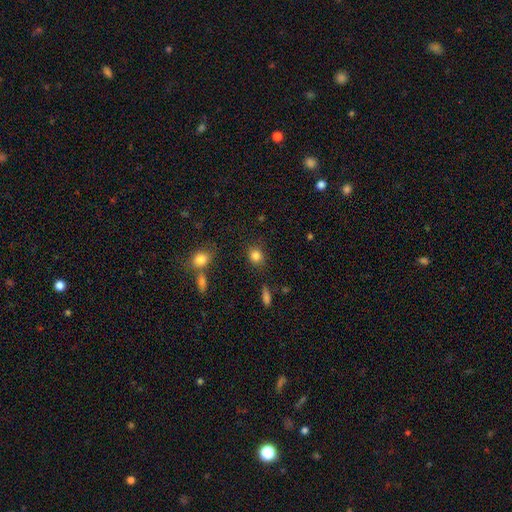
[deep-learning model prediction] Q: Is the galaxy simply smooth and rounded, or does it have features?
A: smooth — 84%.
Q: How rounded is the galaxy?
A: round — 75%.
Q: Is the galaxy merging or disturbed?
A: none — 81%.